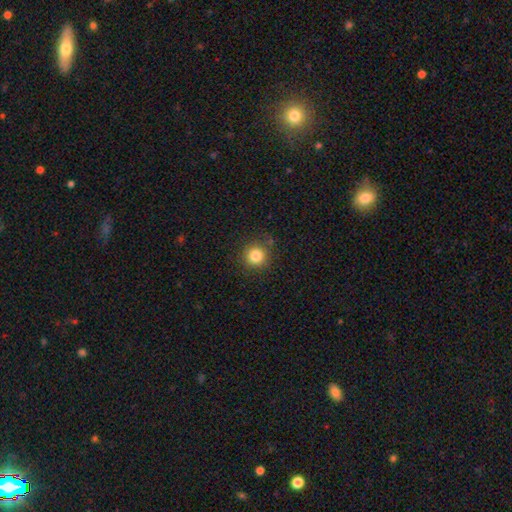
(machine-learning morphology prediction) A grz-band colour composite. It shows a smooth galaxy with no disk features (82%) that is round (93%). Merging: none (86%).